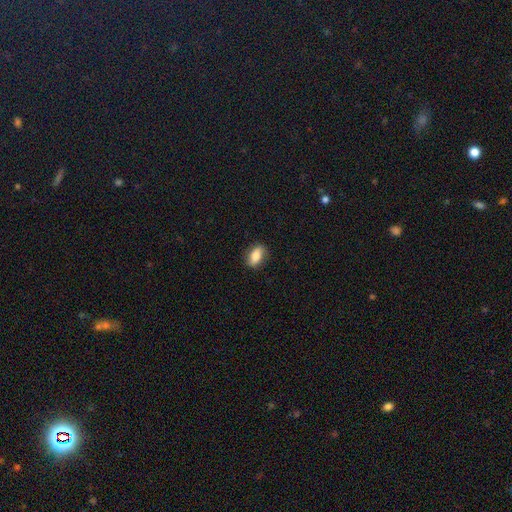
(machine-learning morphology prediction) Smooth or featured? smooth (76%)
How rounded? in between (84%)
Merging? none (82%)